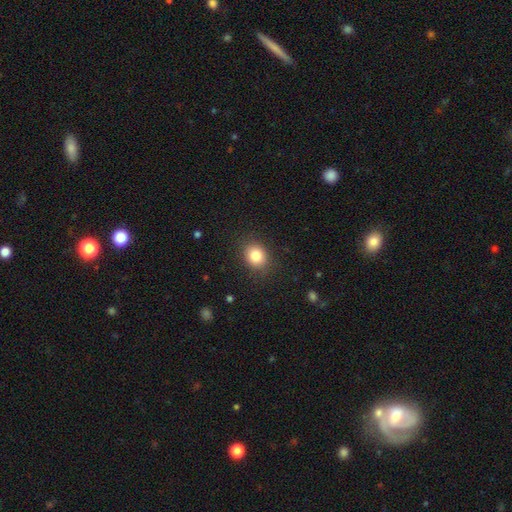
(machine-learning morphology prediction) Smooth or featured: smooth — 83% (star or artifact — 10%)
How rounded: round — 60% (in between — 39%)
Merging: none — 87% (minor disturbance — 9%)